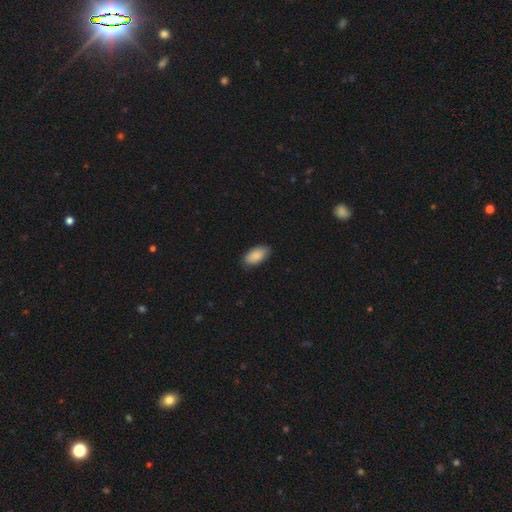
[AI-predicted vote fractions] smooth_or_featured: smooth (p=0.89) [alt: star or artifact p=0.06]
how_rounded: in between (p=0.94) [alt: cigar-shaped p=0.03]
merging: none (p=0.87) [alt: minor disturbance p=0.10]